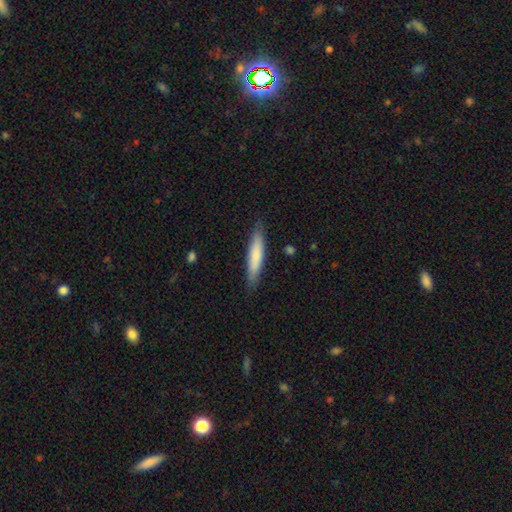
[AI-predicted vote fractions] smooth 75%, featured or disk 20%, star or artifact 5%. Down the decision tree: how rounded — cigar-shaped (87%); merging — none (86%).